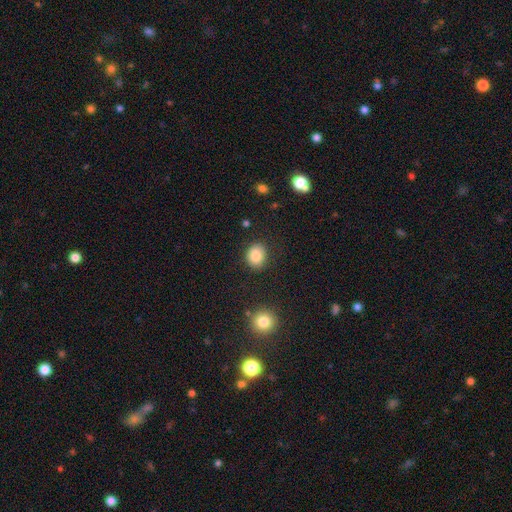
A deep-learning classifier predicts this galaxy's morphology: Overall: smooth (84%). How rounded: round (67%; in between 32%). Merging: none (86%).